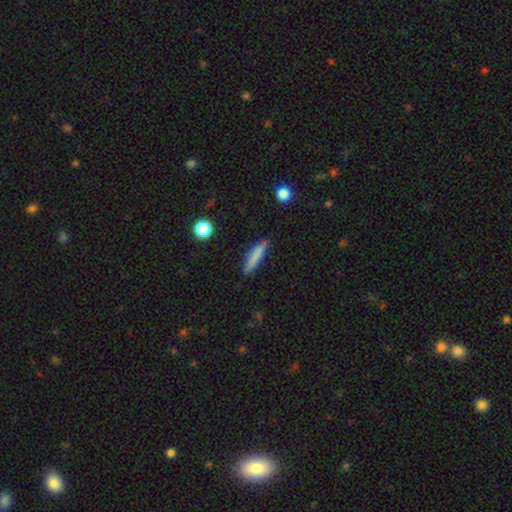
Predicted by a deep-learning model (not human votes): This is likely a smooth galaxy (77%). How rounded: clearly cigar-shaped (85%). Merging: likely none (78%).